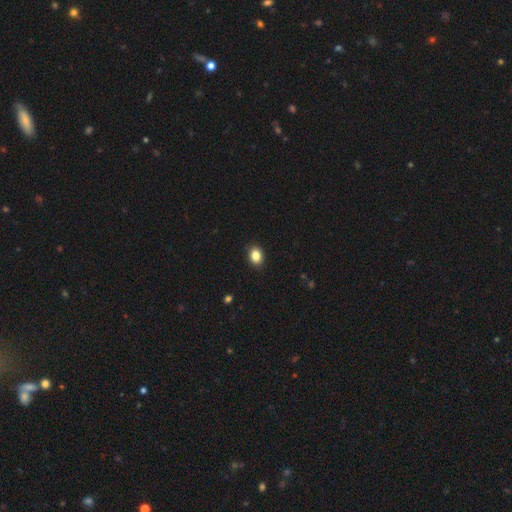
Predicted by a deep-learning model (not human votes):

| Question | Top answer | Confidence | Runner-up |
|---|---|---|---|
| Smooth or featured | smooth | 85% | star or artifact (9%) |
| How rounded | in between | 58% | round (41%) |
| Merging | none | 90% | minor disturbance (8%) |